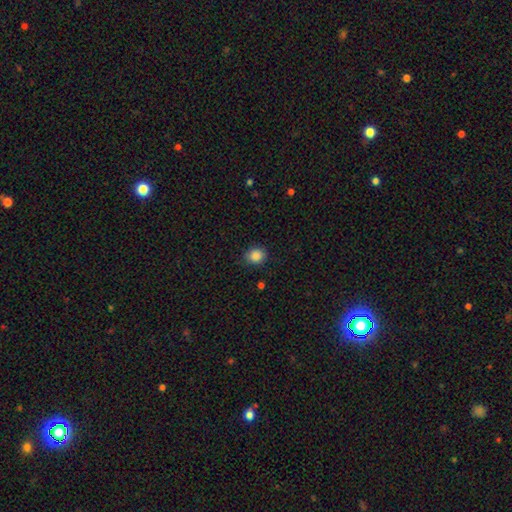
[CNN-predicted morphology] Smooth or featured: smooth — 87% (star or artifact — 10%)
How rounded: round — 74% (in between — 25%)
Merging: none — 85% (minor disturbance — 11%)